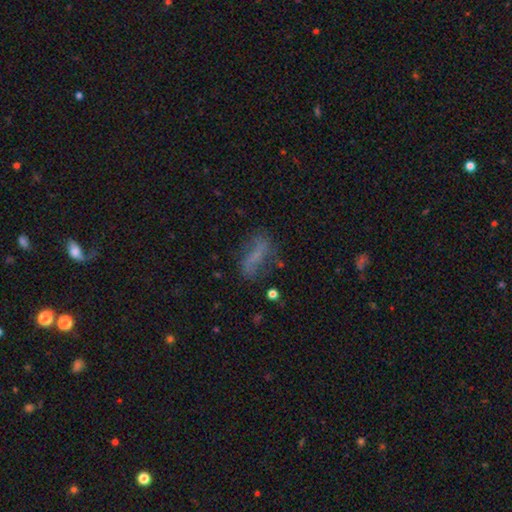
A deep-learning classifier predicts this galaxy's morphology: Overall: smooth (44%; featured or disk 42%). Merging: none (57%; minor disturbance 23%).